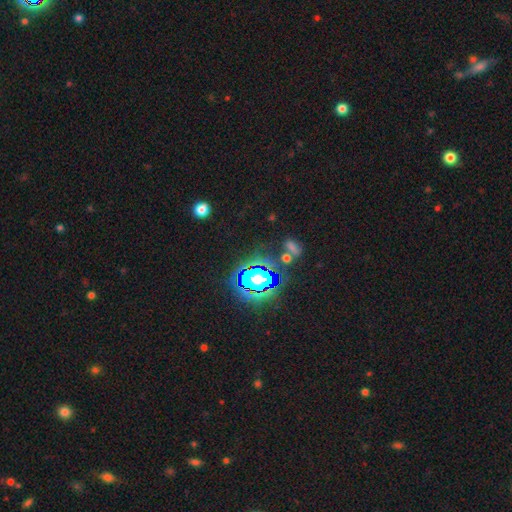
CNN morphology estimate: smooth-or-featured: star or artifact: 80% | smooth: 13% | featured or disk: 7%